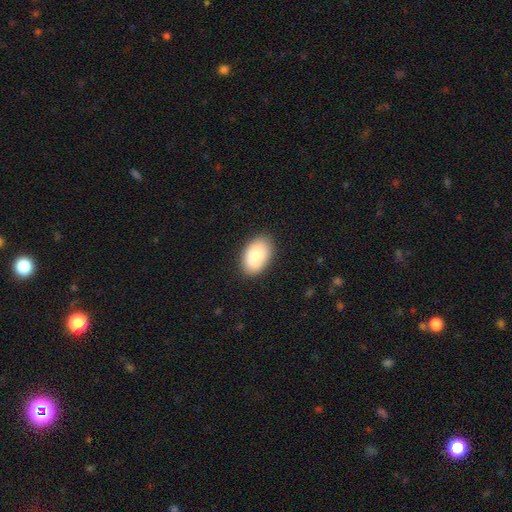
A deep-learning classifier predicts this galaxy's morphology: Smooth or featured: smooth — 87% (featured or disk — 7%)
How rounded: in between — 93% (round — 6%)
Merging: none — 86% (minor disturbance — 10%)